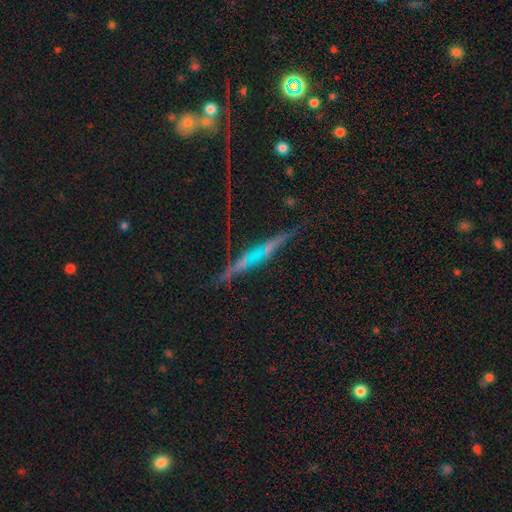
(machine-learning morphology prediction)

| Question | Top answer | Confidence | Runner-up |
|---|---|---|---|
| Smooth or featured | star or artifact | 48% | featured or disk (31%) |